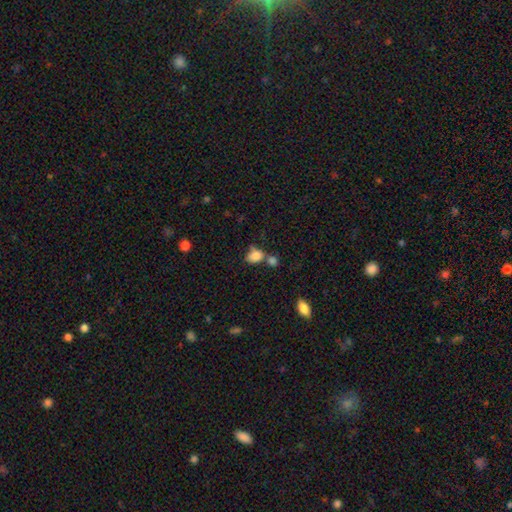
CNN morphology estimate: Smooth or featured: smooth — 81% (star or artifact — 10%)
How rounded: in between — 71% (round — 27%)
Merging: none — 37% (tied with merger — 37%)